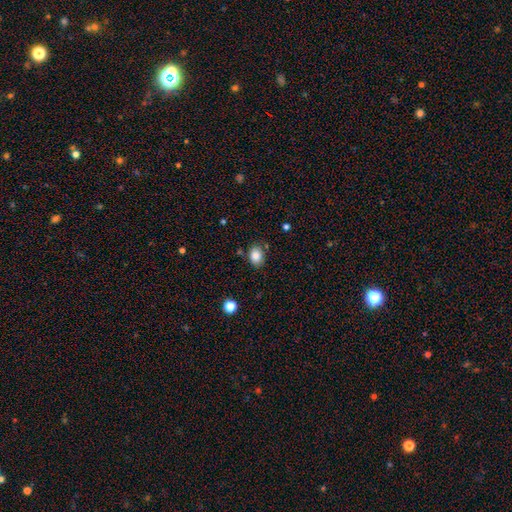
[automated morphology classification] Smooth or featured?
  - smooth: 85% *
  - star or artifact: 9%
  - featured or disk: 6%
How rounded?
  - in between: 62% *
  - round: 37%
  - cigar-shaped: 1%
Merging?
  - none: 79% *
  - minor disturbance: 14%
  - merger: 4%
  - major disturbance: 3%